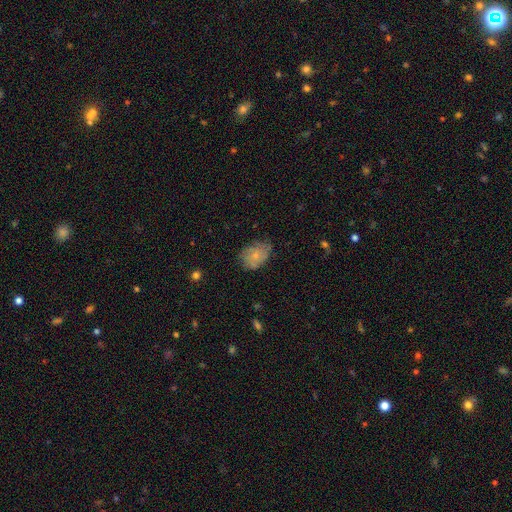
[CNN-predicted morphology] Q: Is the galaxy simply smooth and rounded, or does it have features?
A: smooth — 60%.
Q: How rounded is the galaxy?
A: in between — 70%.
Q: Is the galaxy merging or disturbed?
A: none — 60%.